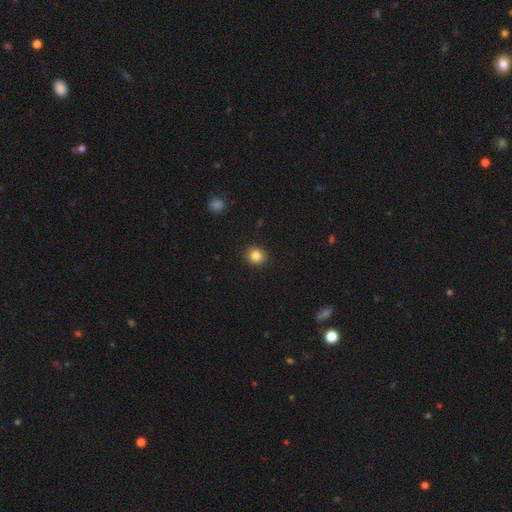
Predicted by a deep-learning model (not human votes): The model was most divided on "how rounded": round: 85%, in between: 14%, cigar-shaped: 1%. More confident: merging — none (92%); smooth or featured — smooth (84%).